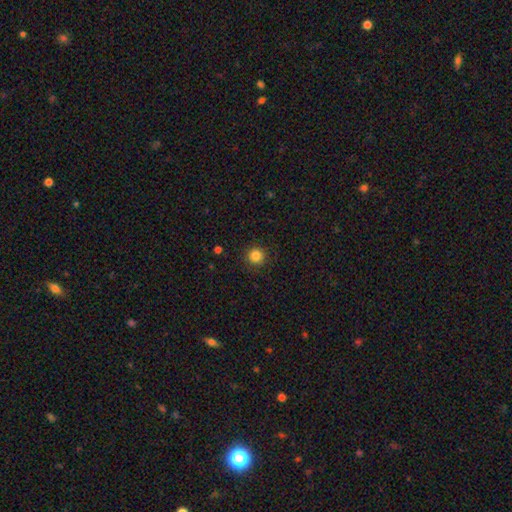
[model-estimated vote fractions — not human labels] Overall: smooth (84%). How rounded: round (94%). Merging: none (90%).